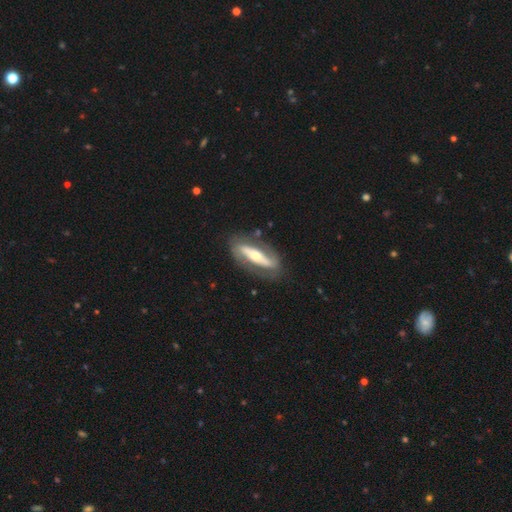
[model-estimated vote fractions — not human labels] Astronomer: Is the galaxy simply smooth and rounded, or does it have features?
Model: featured or disk — 75%.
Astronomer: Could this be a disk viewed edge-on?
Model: no — 73%.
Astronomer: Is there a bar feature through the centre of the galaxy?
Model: strong — 60%.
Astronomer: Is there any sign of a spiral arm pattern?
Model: yes — 65%.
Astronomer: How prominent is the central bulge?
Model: moderate — 61%.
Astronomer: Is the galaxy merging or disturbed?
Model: none — 78%.